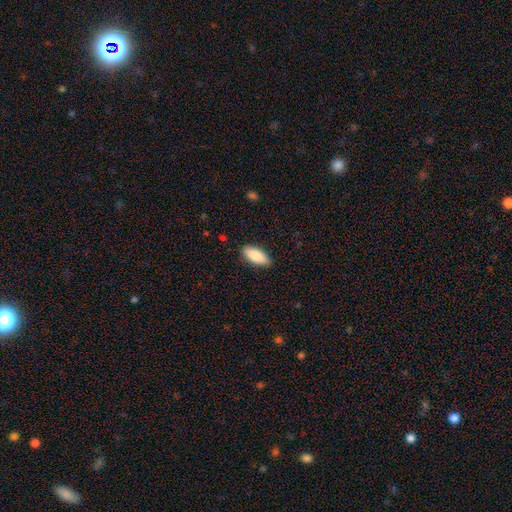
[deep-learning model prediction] Smooth or featured?
  - smooth: 85% *
  - featured or disk: 9%
  - star or artifact: 6%
How rounded?
  - in between: 81% *
  - cigar-shaped: 17%
  - round: 2%
Merging?
  - none: 86% *
  - minor disturbance: 11%
  - major disturbance: 2%
  - merger: 1%